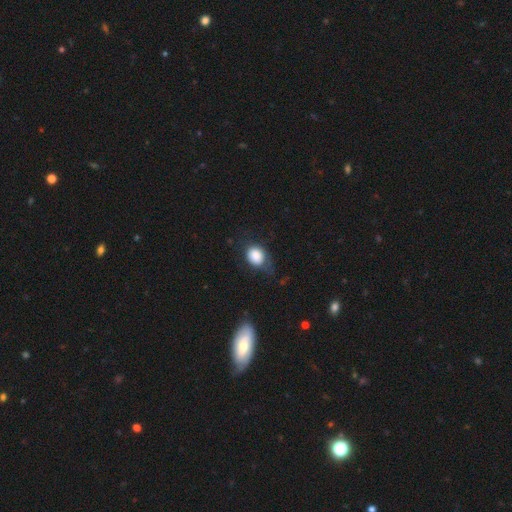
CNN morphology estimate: Q: Smooth or featured?
A: smooth (83%); runner-up: featured or disk (9%)
Q: How rounded?
A: round (50%); runner-up: in between (49%)
Q: Merging?
A: none (51%); runner-up: minor disturbance (31%)